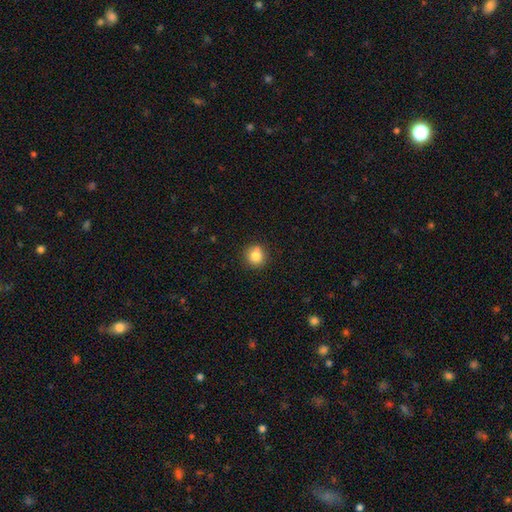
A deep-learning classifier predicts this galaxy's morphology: This appears to be a smooth galaxy with no disk features (83%) that is round (89%). Merging: none (85%).